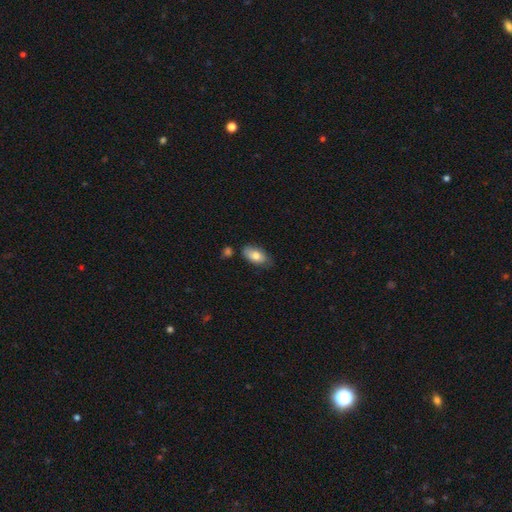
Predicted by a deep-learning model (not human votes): The model was most divided on "merging": none: 68%, minor disturbance: 23%, merger: 5%, major disturbance: 4%. More confident: how rounded — in between (92%); smooth or featured — smooth (77%).